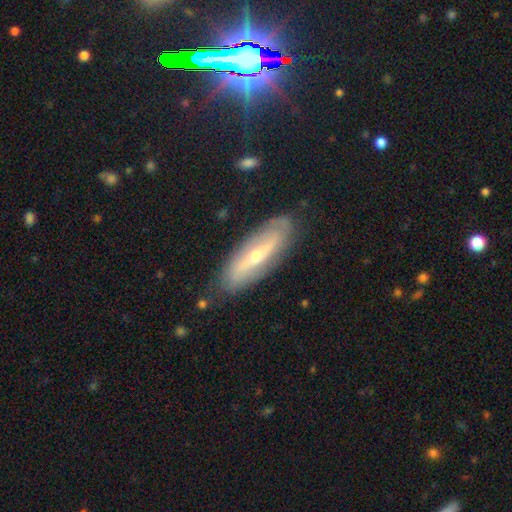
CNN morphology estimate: smooth-or-featured: featured or disk: 70% | smooth: 24% | star or artifact: 7%
  disk-edge-on: no: 73% | yes: 27%
    bar: weak: 36% | strong: 33% | no: 31%
    has-spiral-arms: yes: 73% | no: 27%
    bulge-size: small: 52% | moderate: 44% | large: 2% | none: 1% | dominant: 1%
  merging: none: 83% | minor disturbance: 13% | major disturbance: 3% | merger: 2%